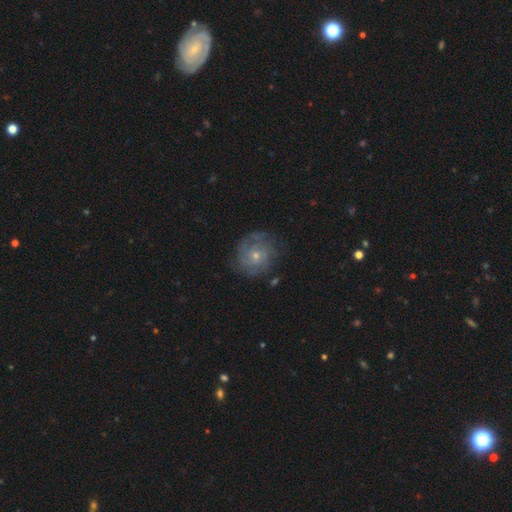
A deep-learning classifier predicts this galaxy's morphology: smooth-or-featured: featured or disk: 66% | smooth: 22% | star or artifact: 11%
  disk-edge-on: no: 97% | yes: 3%
    bar: no: 80% | weak: 18% | strong: 3%
    has-spiral-arms: yes: 86% | no: 14%
      spiral-winding: tight: 61% | medium: 30% | loose: 9%
      spiral-arm-count: can't tell: 45% | 2: 18% | 3: 17% | 4: 9% | 1: 5% | more than 4: 5%
    bulge-size: small: 62% | moderate: 34% | none: 2% | large: 1% | dominant: 1%
  merging: none: 75% | minor disturbance: 16% | major disturbance: 7% | merger: 1%